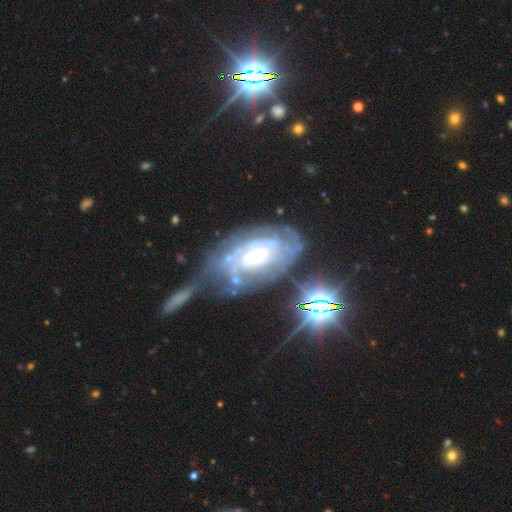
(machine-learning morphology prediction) This appears to be a featured or disk galaxy (77%) with no bar (57%), tight (69%) spiral arms (89%) and a small central bulge (41%). Merging: none (43%).